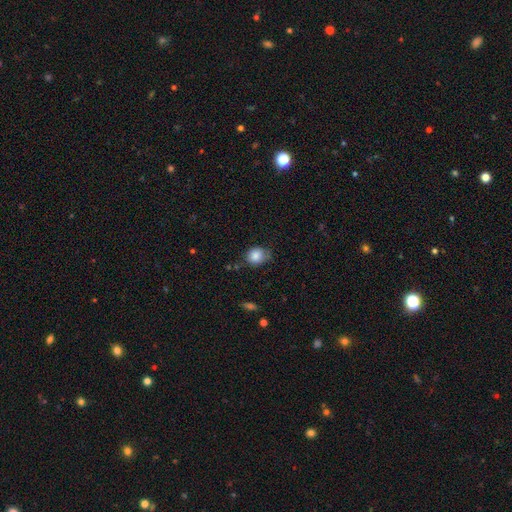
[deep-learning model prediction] smooth-or-featured: smooth: 84% | star or artifact: 9% | featured or disk: 7%
  how-rounded: round: 63% | in between: 36% | cigar-shaped: 1%
  merging: none: 67% | minor disturbance: 25% | major disturbance: 5% | merger: 3%